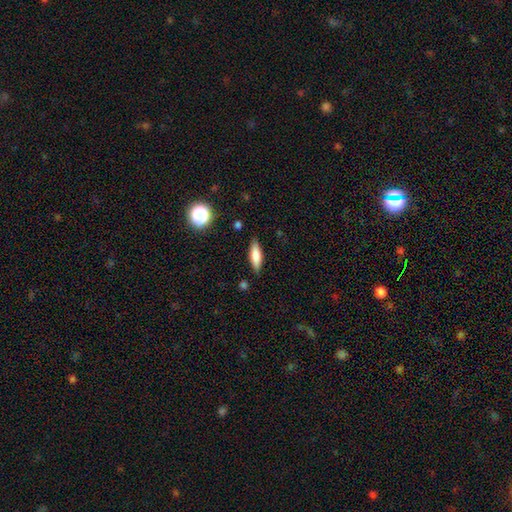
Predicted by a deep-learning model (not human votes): smooth 75%, featured or disk 17%, star or artifact 8%. Down the decision tree: how rounded — cigar-shaped (56%); merging — none (85%).